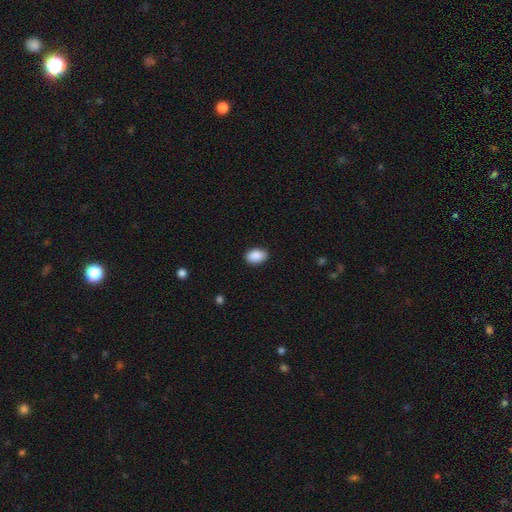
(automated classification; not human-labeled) Q: Smooth or featured?
A: smooth (90%); runner-up: star or artifact (7%)
Q: How rounded?
A: in between (88%); runner-up: round (11%)
Q: Merging?
A: none (86%); runner-up: minor disturbance (11%)